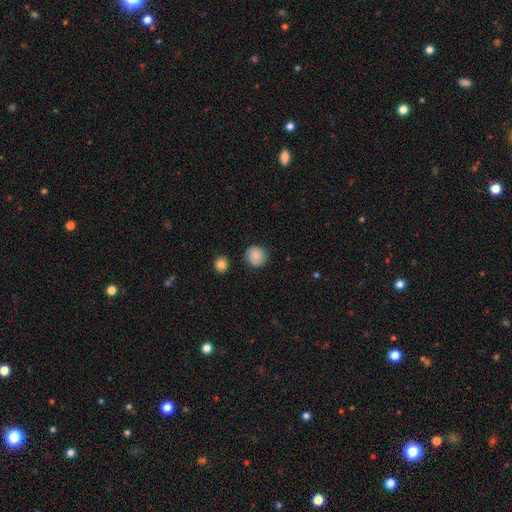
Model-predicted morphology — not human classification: Smooth or featured?
  - smooth: 83% *
  - featured or disk: 9%
  - star or artifact: 8%
How rounded?
  - round: 93% *
  - in between: 6%
  - cigar-shaped: 1%
Merging?
  - none: 86% *
  - minor disturbance: 10%
  - major disturbance: 2%
  - merger: 2%